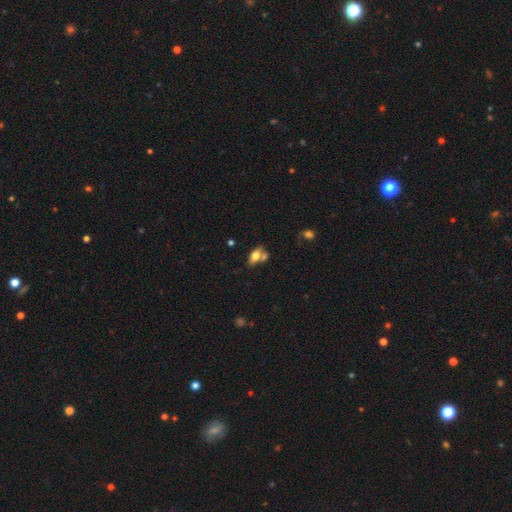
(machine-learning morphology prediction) Q: Smooth or featured?
A: smooth (71%); runner-up: featured or disk (20%)
Q: How rounded?
A: in between (86%); runner-up: round (9%)
Q: Merging?
A: none (44%); runner-up: merger (36%)